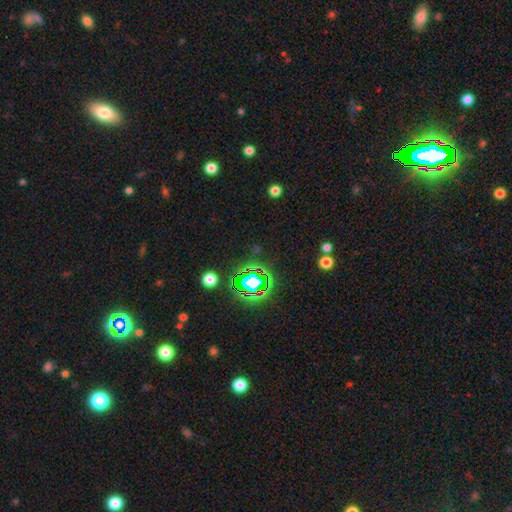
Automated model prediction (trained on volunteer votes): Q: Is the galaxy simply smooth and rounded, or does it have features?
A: star or artifact — 77%.